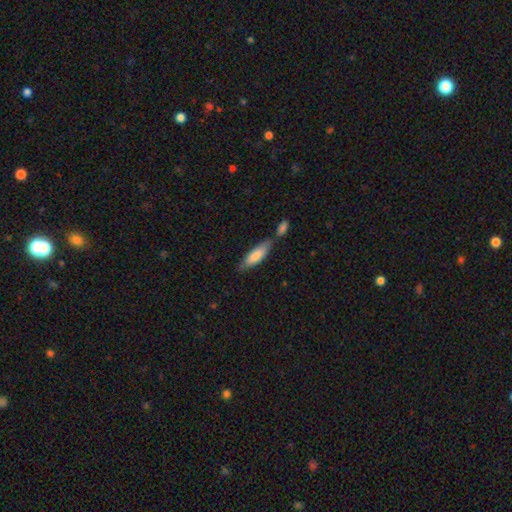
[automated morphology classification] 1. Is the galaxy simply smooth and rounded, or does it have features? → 80% smooth, 15% featured or disk, 5% star or artifact.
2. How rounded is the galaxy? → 51% in between, 47% cigar-shaped, 2% round.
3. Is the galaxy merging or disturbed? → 53% none, 24% merger, 18% minor disturbance, 4% major disturbance.